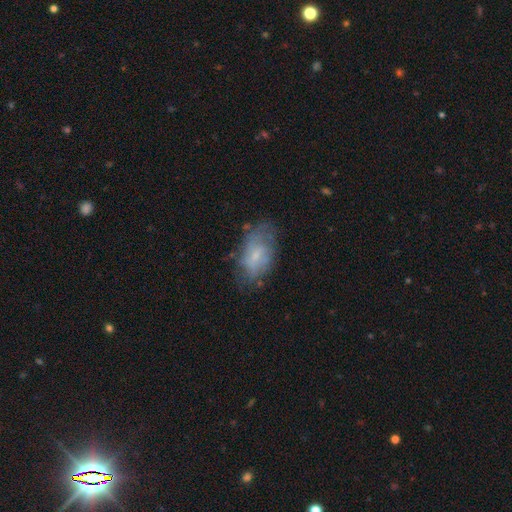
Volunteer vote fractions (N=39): Smooth or featured? featured or disk (51%)
Edge-on disk? no (90%)
Bar? no (67%)
Spiral arms? yes (72%)
Spiral winding? tight (46%)
Spiral arm count? can't tell (54%)
Bulge size? small (72%)
Merging? none (68%)